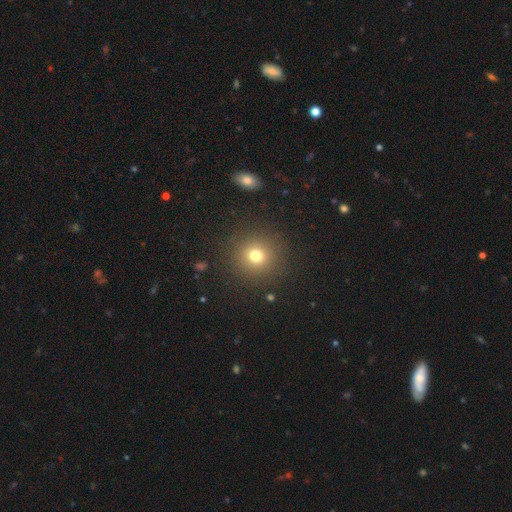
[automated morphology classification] type=smooth (74%); roundness=round (93%); merging=none (90%).